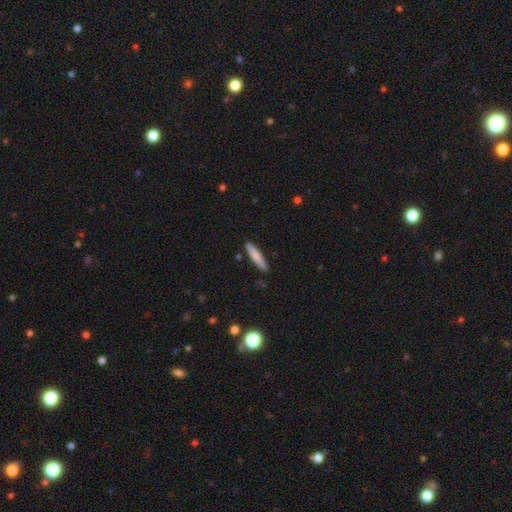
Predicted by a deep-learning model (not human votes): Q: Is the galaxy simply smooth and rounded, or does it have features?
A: smooth — 78%.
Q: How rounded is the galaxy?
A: cigar-shaped — 90%.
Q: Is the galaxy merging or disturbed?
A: none — 87%.